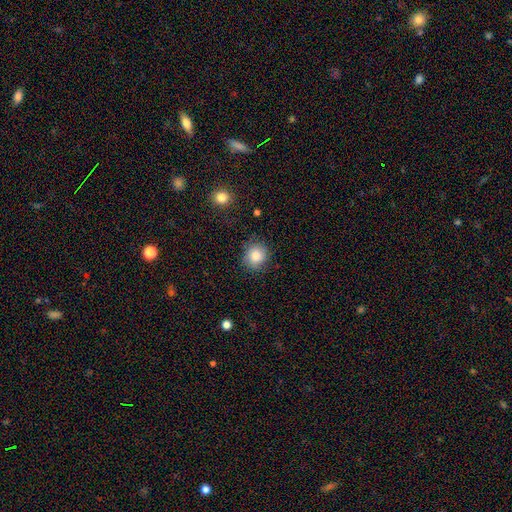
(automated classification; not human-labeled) Smooth or featured: smooth — 84% (star or artifact — 9%)
How rounded: round — 83% (in between — 16%)
Merging: none — 81% (minor disturbance — 14%)